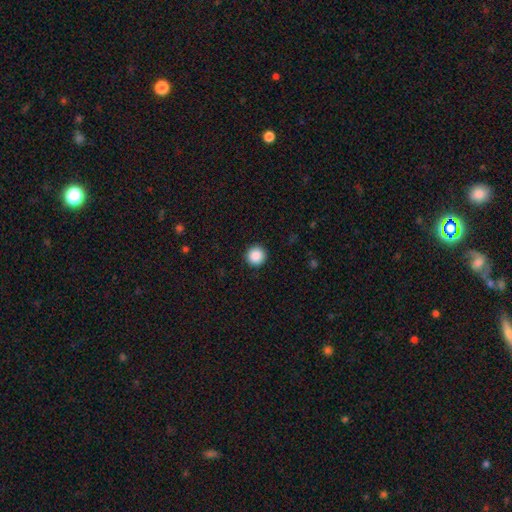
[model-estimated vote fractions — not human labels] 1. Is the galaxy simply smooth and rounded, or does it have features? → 88% smooth, 9% star or artifact, 3% featured or disk.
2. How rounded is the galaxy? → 96% round, 3% in between, 1% cigar-shaped.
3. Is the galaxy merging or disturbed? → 93% none, 5% minor disturbance, 2% major disturbance, 1% merger.